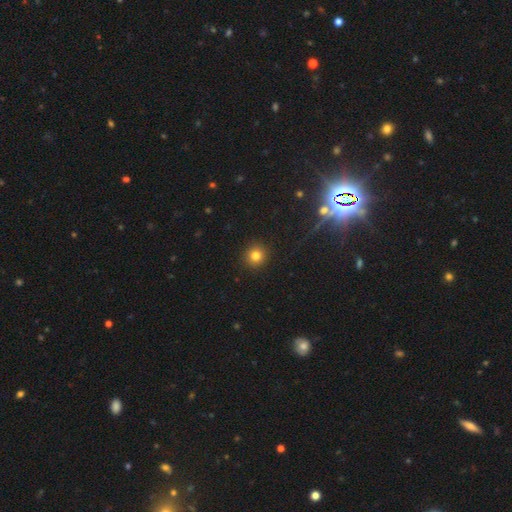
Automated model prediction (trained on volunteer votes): The model was most divided on "smooth or featured": smooth: 81%, star or artifact: 13%, featured or disk: 6%. More confident: how rounded — round (93%); merging — none (92%).